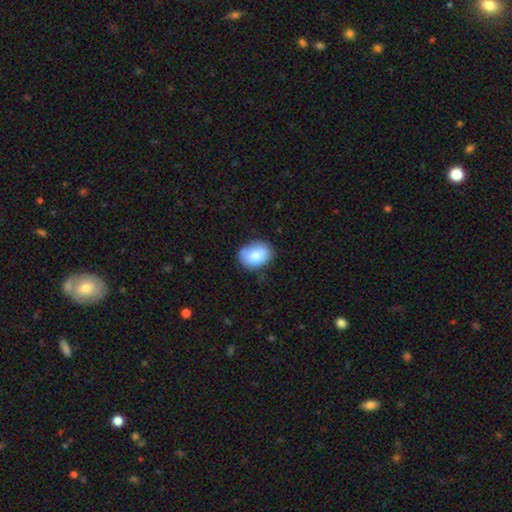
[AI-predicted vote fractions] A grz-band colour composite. It shows a smooth galaxy with no disk features (83%) that is in between round and cigar-shaped (71%). Merging: none (71%).